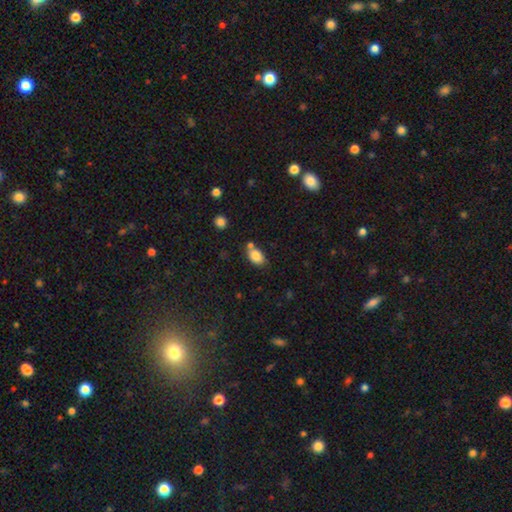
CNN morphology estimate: This appears to be a smooth galaxy with no disk features (83%) that is in between round and cigar-shaped (84%). Merging: none (59%).